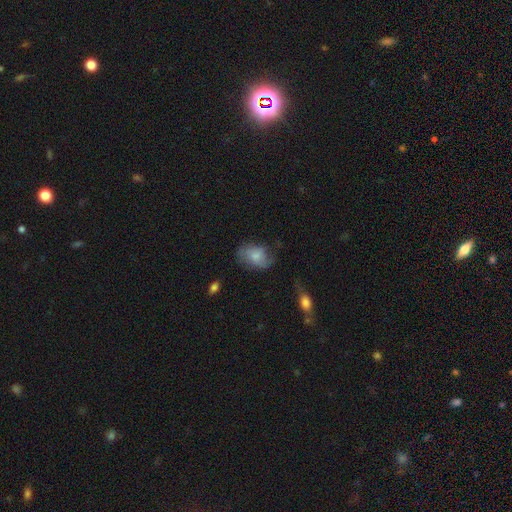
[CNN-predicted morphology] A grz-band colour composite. It shows a smooth galaxy with no disk features (69%) that is in between round and cigar-shaped (84%). Merging: none (51%).